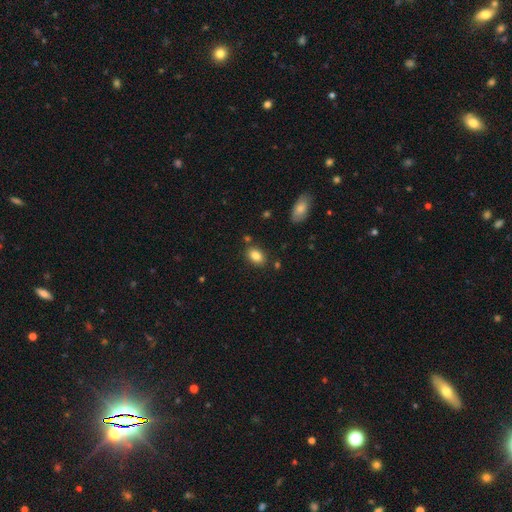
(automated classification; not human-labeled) smooth 85%, star or artifact 9%, featured or disk 7%. Down the decision tree: how rounded — in between (85%); merging — none (82%).